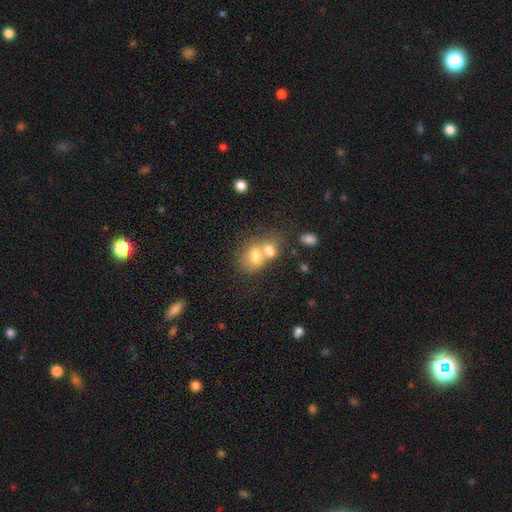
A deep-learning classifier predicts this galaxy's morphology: Smooth or featured?
  - smooth: 71% *
  - featured or disk: 19%
  - star or artifact: 10%
How rounded?
  - in between: 52% *
  - round: 47%
  - cigar-shaped: 1%
Merging?
  - merger: 62% *
  - none: 25%
  - minor disturbance: 8%
  - major disturbance: 5%